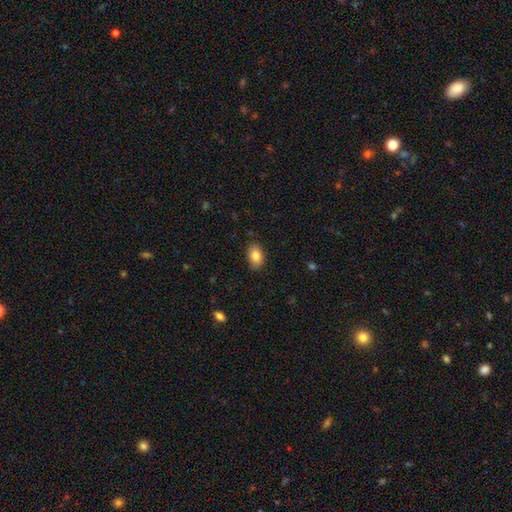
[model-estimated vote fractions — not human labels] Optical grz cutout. It shows a smooth galaxy with no disk features (85%) that is in between round and cigar-shaped (89%). Merging: none (86%).